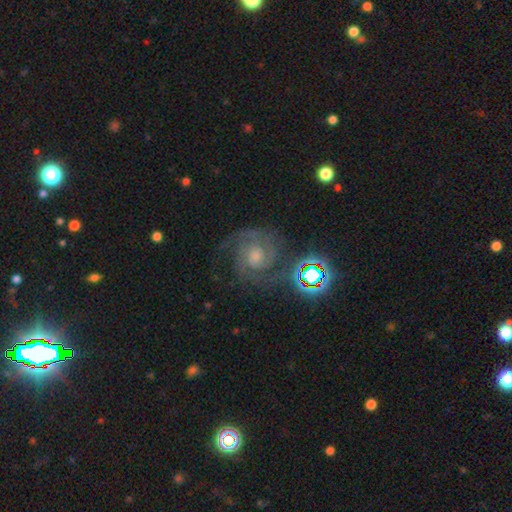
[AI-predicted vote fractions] Smooth or featured? Predicted: featured or disk (p=0.78). Edge-on disk? Predicted: no (p=0.98). Bar? Predicted: no (p=0.65). Spiral arms? Predicted: yes (p=0.97). Spiral winding? Predicted: tight (p=0.55). Spiral arm count? Predicted: 2 (p=0.52). Bulge size? Predicted: moderate (p=0.44). Merging? Predicted: none (p=0.70).